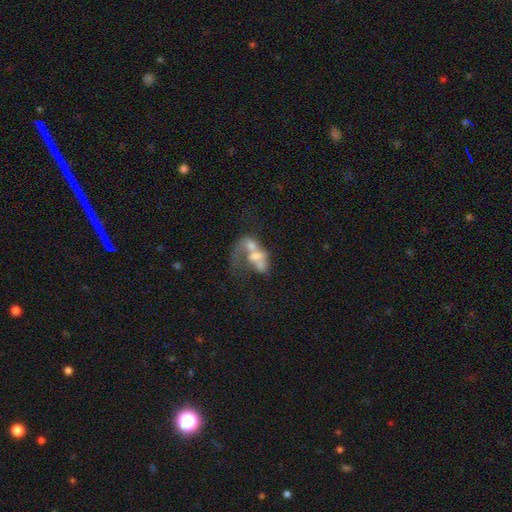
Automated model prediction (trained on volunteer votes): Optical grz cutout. It shows a featured or disk galaxy (53%) with no bar (80%), no spiral arms (75%) and a moderate central bulge (33%). Merging: merger (58%).